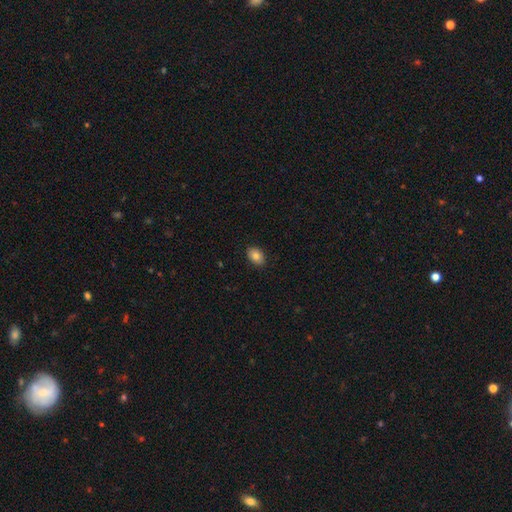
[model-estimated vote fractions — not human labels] Smooth or featured? Predicted: smooth (p=0.84). How rounded? Predicted: in between (p=0.82). Merging? Predicted: none (p=0.89).